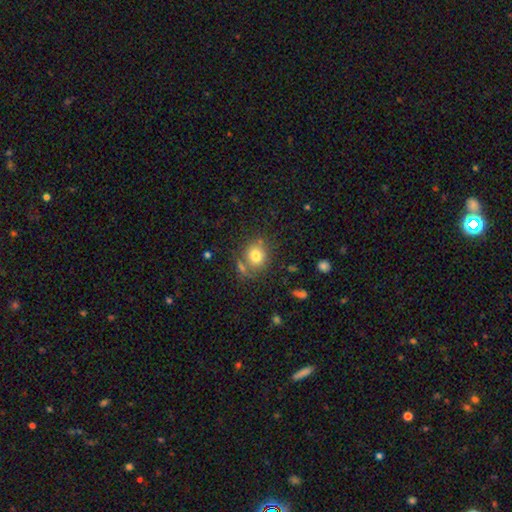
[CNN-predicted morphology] Smooth or featured? smooth (78%)
How rounded? round (73%)
Merging? none (67%)